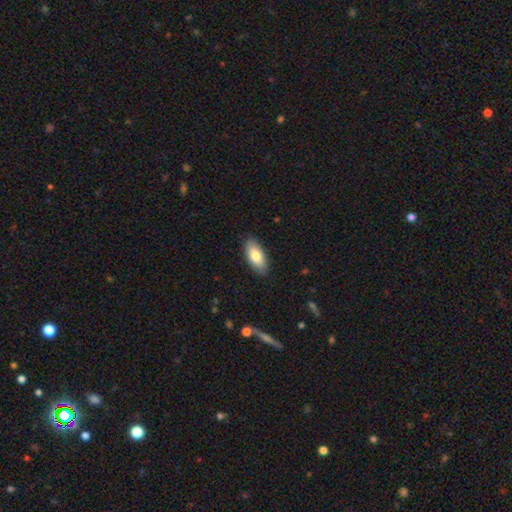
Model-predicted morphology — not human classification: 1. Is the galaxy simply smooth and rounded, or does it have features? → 79% smooth, 15% featured or disk, 6% star or artifact.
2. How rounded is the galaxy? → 89% in between, 8% cigar-shaped, 2% round.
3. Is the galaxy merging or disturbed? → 88% none, 10% minor disturbance, 2% major disturbance, 1% merger.